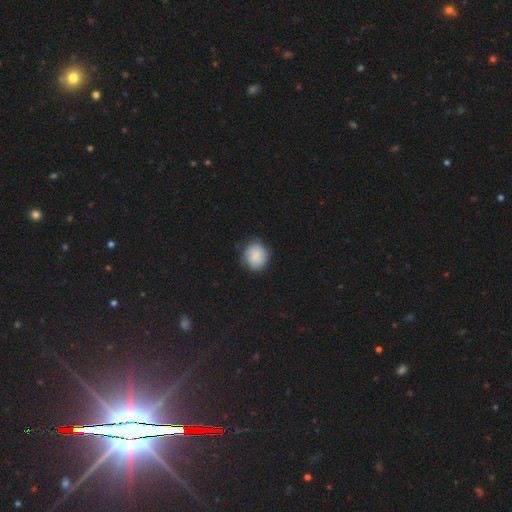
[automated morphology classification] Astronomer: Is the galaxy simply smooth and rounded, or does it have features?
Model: smooth — 75%.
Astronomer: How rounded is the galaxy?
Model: round — 78%.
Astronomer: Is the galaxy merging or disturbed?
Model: none — 75%.